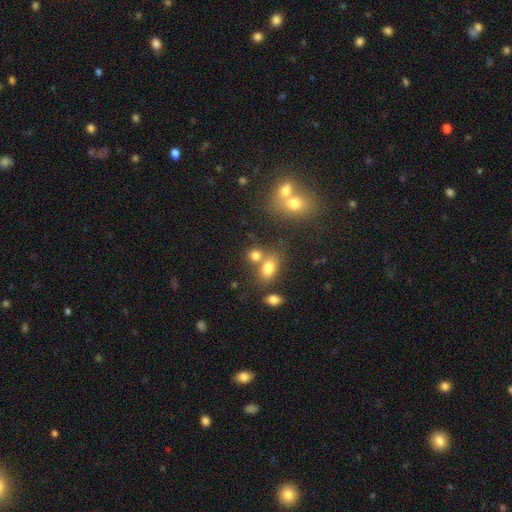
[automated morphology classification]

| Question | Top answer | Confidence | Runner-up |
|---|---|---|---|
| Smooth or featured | smooth | 76% | star or artifact (14%) |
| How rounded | in between | 54% | round (44%) |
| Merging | none | 50% | merger (34%) |